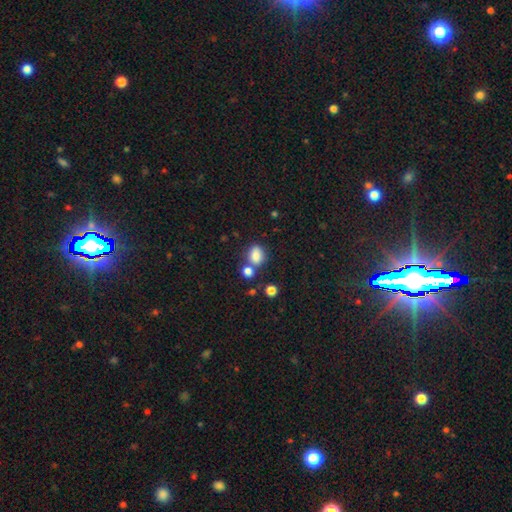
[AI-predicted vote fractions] Smooth or featured?
  - smooth: 81% *
  - star or artifact: 11%
  - featured or disk: 7%
How rounded?
  - in between: 61% *
  - round: 37%
  - cigar-shaped: 2%
Merging?
  - none: 55% *
  - merger: 26%
  - minor disturbance: 14%
  - major disturbance: 5%